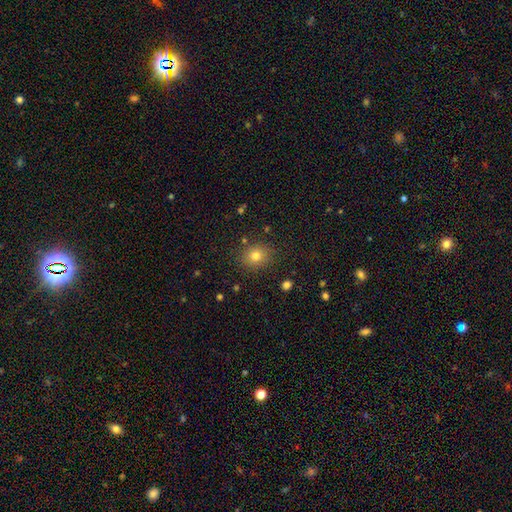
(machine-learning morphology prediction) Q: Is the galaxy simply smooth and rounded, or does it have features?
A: smooth — 78%.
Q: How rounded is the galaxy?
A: round — 74%.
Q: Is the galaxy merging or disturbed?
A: none — 86%.